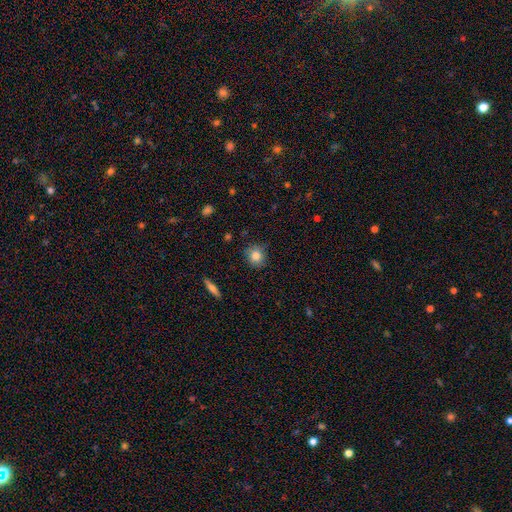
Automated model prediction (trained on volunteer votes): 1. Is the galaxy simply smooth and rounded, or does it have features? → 82% smooth, 9% star or artifact, 9% featured or disk.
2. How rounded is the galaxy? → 84% round, 15% in between, 1% cigar-shaped.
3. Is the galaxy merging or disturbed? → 80% none, 16% minor disturbance, 3% major disturbance, 1% merger.